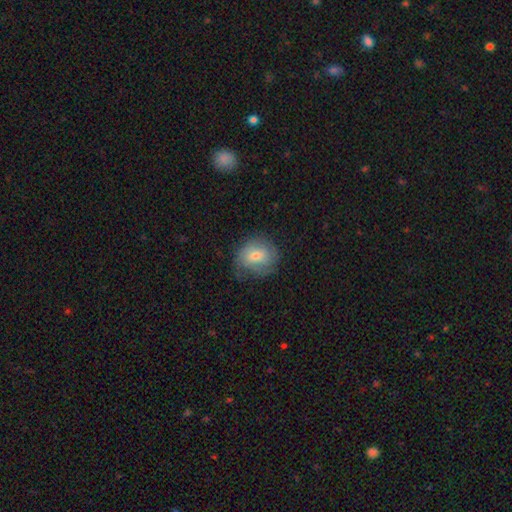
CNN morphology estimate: Q: Smooth or featured?
A: smooth (60%); runner-up: featured or disk (32%)
Q: How rounded?
A: round (73%); runner-up: in between (26%)
Q: Merging?
A: none (64%); runner-up: minor disturbance (25%)